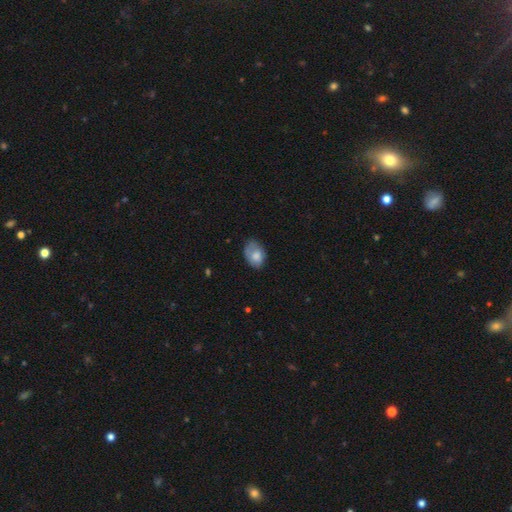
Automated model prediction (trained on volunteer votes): The model was most divided on "merging": none: 53%, minor disturbance: 33%, major disturbance: 12%, merger: 2%. More confident: how rounded — in between (80%); smooth or featured — smooth (74%).